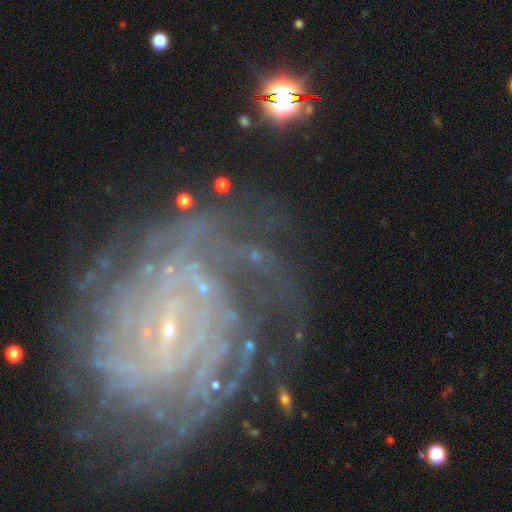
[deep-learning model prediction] Overall: featured or disk (68%). Edge-on disk: no (95%). Bar: no (47%; weak 30%). Spiral arms: yes (89%). Spiral arm count: can't tell (32%; 2 19%). Spiral winding: tight (65%; medium 26%). Bulge size: small (68%). Merging: none (61%).